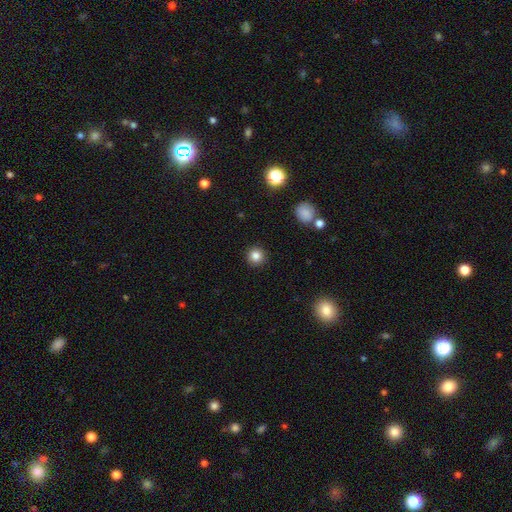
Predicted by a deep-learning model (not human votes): smooth_or_featured: smooth (p=0.84) [alt: star or artifact p=0.11]
how_rounded: round (p=0.94) [alt: in between p=0.05]
merging: none (p=0.92) [alt: minor disturbance p=0.05]